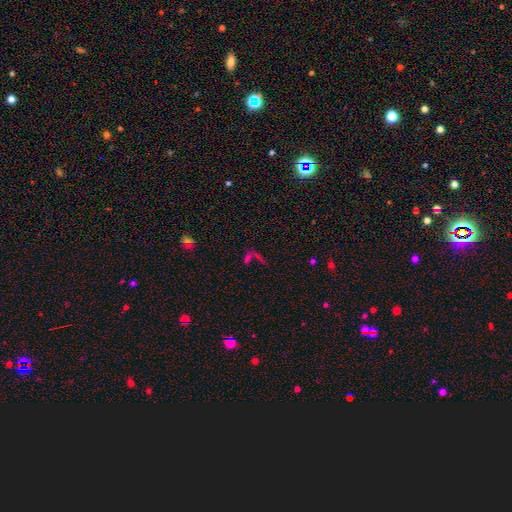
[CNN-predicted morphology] This appears to be a star or artifact, not a galaxy (43%).